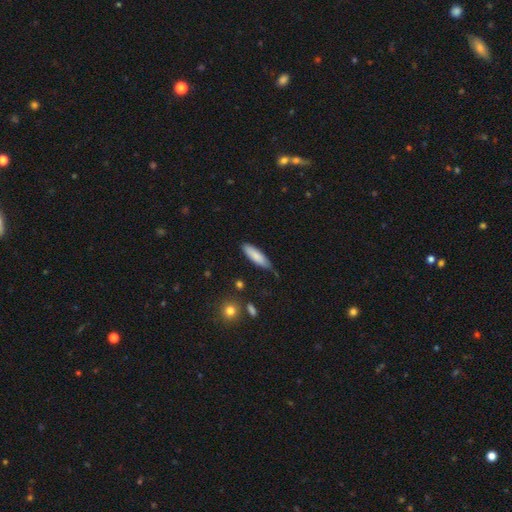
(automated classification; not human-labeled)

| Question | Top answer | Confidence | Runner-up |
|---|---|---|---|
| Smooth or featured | smooth | 83% | featured or disk (11%) |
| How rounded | cigar-shaped | 58% | in between (40%) |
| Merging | none | 73% | minor disturbance (21%) |